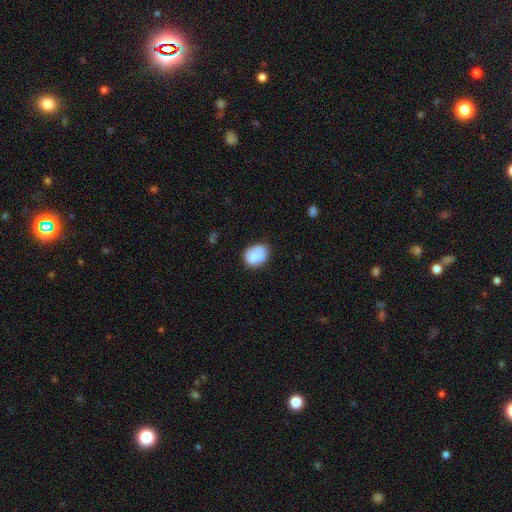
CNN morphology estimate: Q: Smooth or featured?
A: smooth (70%); runner-up: featured or disk (22%)
Q: How rounded?
A: in between (68%); runner-up: round (31%)
Q: Merging?
A: none (45%); runner-up: merger (25%)